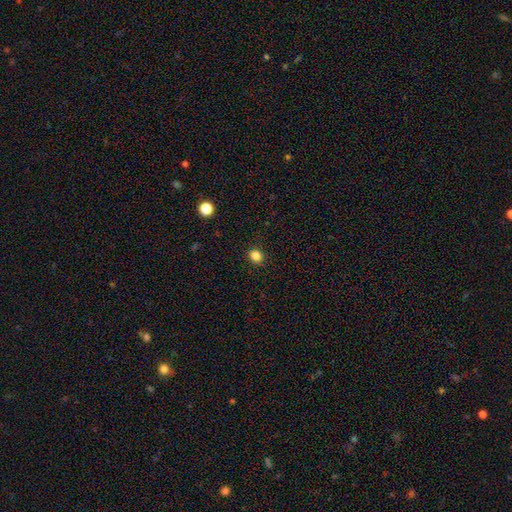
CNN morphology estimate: Smooth or featured: smooth — 84% (star or artifact — 12%)
How rounded: round — 66% (in between — 33%)
Merging: none — 90% (minor disturbance — 7%)